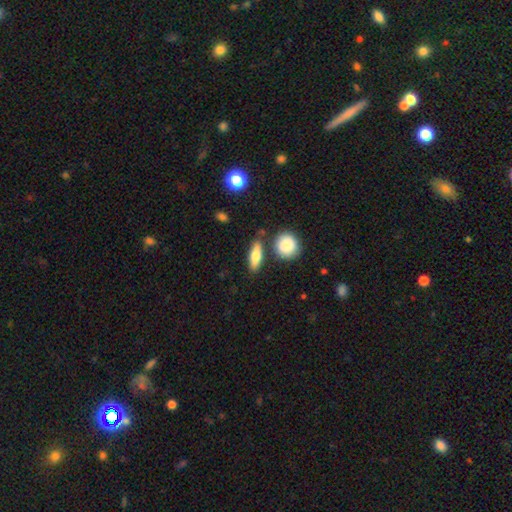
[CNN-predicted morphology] type=smooth (74%); roundness=in between (57%); merging=none (75%).